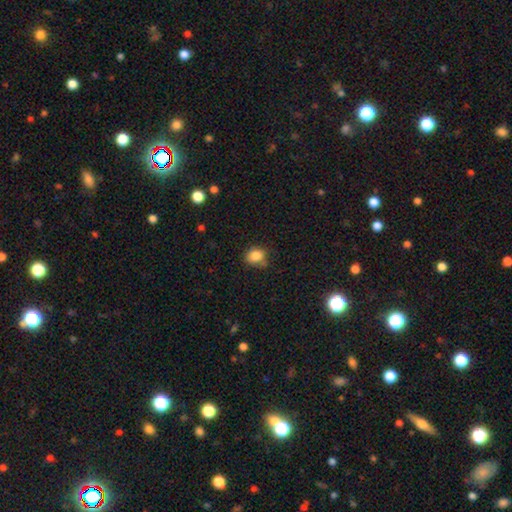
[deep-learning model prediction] This is clearly a smooth galaxy (83%). How rounded: likely round (68%). Merging: likely none (70%).